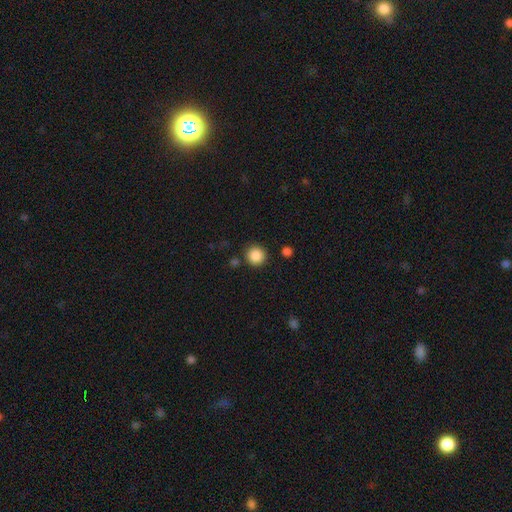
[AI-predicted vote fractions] smooth 87%, star or artifact 10%, featured or disk 3%. Down the decision tree: how rounded — round (94%); merging — none (88%).